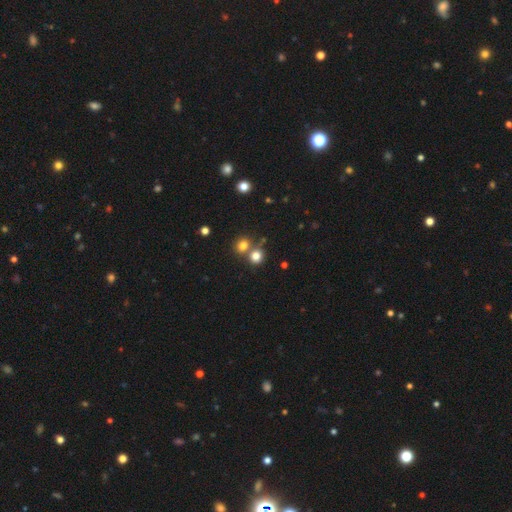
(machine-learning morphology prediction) Smooth or featured? Predicted: smooth (p=0.79). How rounded? Predicted: round (p=0.80). Merging? Predicted: none (p=0.55).